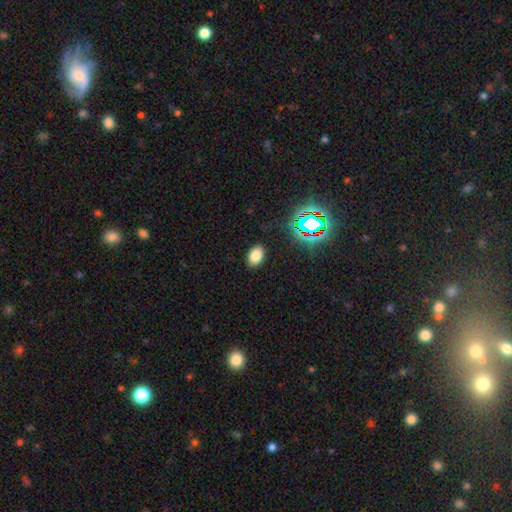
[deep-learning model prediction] The model was most divided on "smooth or featured": smooth: 77%, star or artifact: 16%, featured or disk: 7%. More confident: merging — none (88%); how rounded — in between (83%).